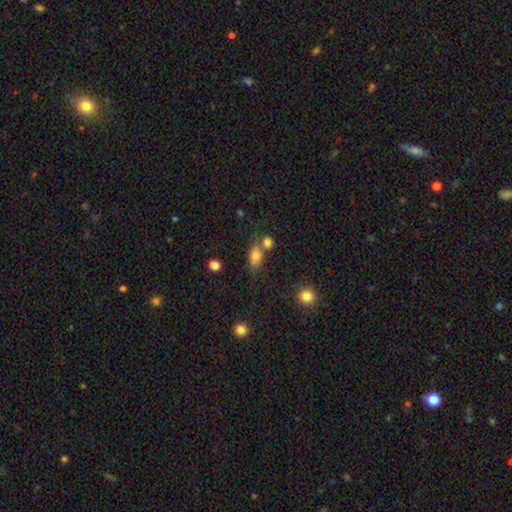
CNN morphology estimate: smooth_or_featured: smooth (p=0.76) [alt: featured or disk p=0.12]
how_rounded: in between (p=0.76) [alt: round p=0.16]
merging: none (p=0.51) [alt: merger p=0.27]